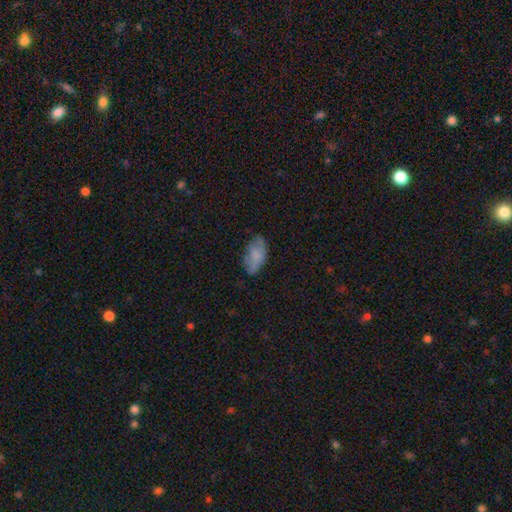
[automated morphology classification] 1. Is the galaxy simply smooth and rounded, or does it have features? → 76% smooth, 16% featured or disk, 8% star or artifact.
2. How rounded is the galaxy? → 93% in between, 4% cigar-shaped, 3% round.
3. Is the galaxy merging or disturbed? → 65% none, 27% minor disturbance, 7% major disturbance, 2% merger.